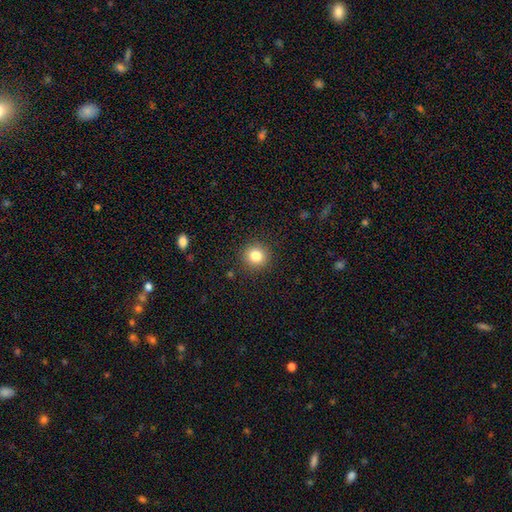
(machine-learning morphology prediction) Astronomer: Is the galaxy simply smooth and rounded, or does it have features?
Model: smooth — 82%.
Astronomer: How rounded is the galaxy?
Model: round — 91%.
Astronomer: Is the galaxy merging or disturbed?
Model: none — 91%.